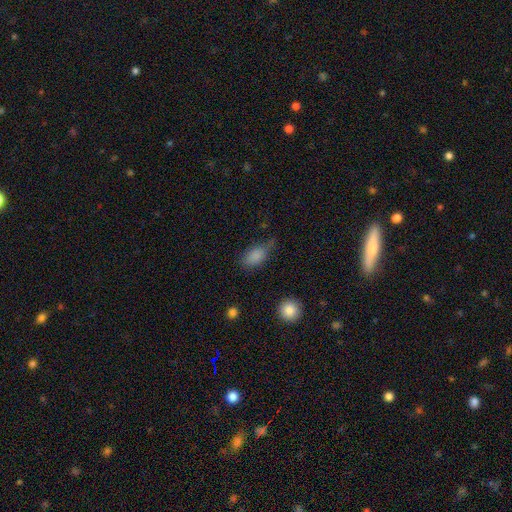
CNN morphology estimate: A smooth galaxy with no disk features (83%) that is in between round and cigar-shaped (88%).

Vote fractions:
- Smooth or featured? smooth: 83% / star or artifact: 10% / featured or disk: 8%
- How rounded? in between: 88% / round: 7% / cigar-shaped: 4%
- Merging? none: 47% / minor disturbance: 36% / major disturbance: 14% / merger: 4%